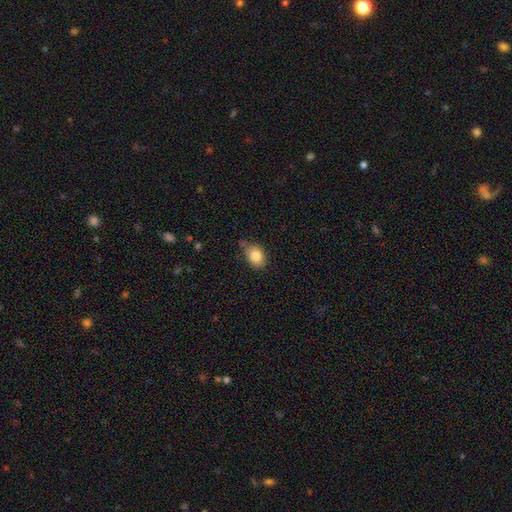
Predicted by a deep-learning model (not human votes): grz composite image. It shows a smooth galaxy with no disk features (84%) that is in between round and cigar-shaped (63%). Merging: none (68%).